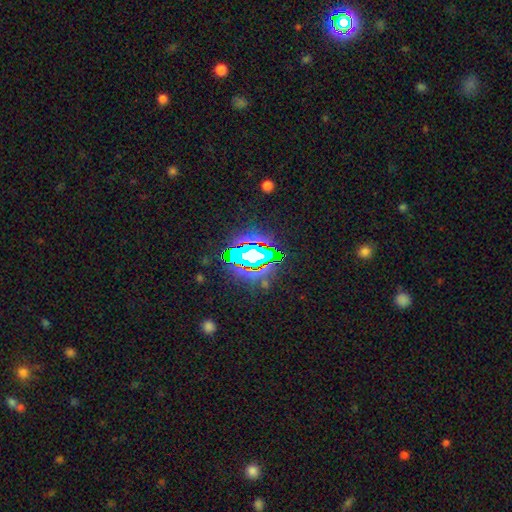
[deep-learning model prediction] This appears to be a star or artifact, not a galaxy (73%).